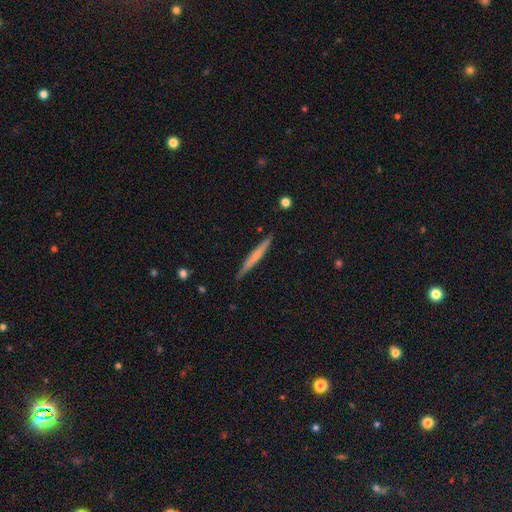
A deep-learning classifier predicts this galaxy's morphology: This appears to be a smooth galaxy with no disk features (50%) that is cigar-shaped (96%). Merging: none (89%).